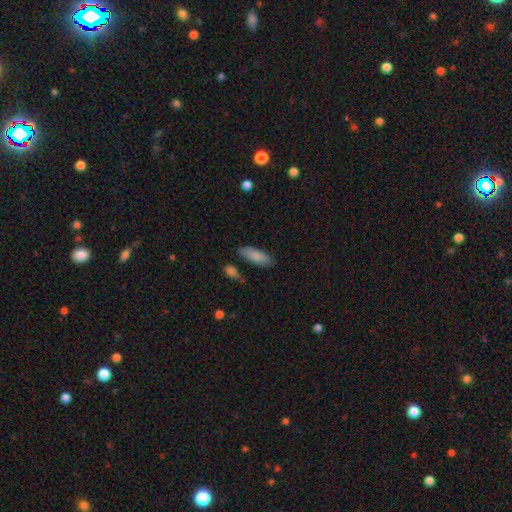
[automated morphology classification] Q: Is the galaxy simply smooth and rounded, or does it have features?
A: smooth — 85%.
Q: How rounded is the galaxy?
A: in between — 70%.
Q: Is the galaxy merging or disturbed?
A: none — 77%.